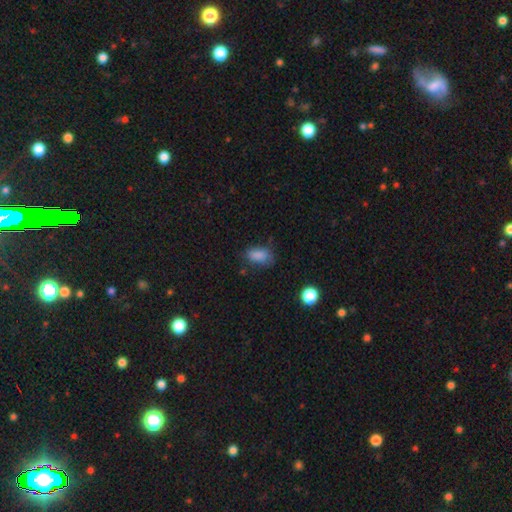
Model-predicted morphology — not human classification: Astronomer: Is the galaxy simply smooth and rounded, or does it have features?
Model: smooth — 83%.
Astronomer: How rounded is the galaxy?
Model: in between — 88%.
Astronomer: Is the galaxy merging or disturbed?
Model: none — 69%.